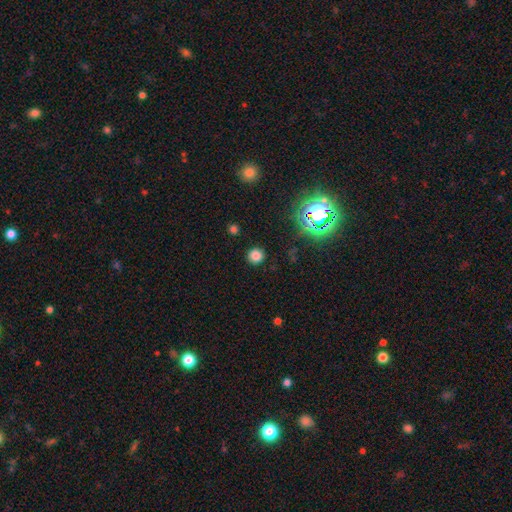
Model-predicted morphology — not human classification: smooth-or-featured: smooth: 77% | star or artifact: 19% | featured or disk: 5%
  how-rounded: round: 91% | in between: 8% | cigar-shaped: 1%
  merging: none: 90% | minor disturbance: 6% | major disturbance: 2% | merger: 1%